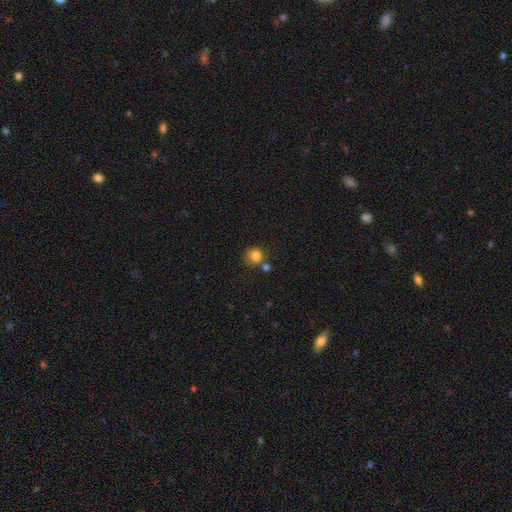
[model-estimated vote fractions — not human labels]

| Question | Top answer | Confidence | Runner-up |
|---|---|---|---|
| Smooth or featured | smooth | 82% | star or artifact (11%) |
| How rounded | round | 87% | in between (12%) |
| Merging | none | 63% | merger (17%) |